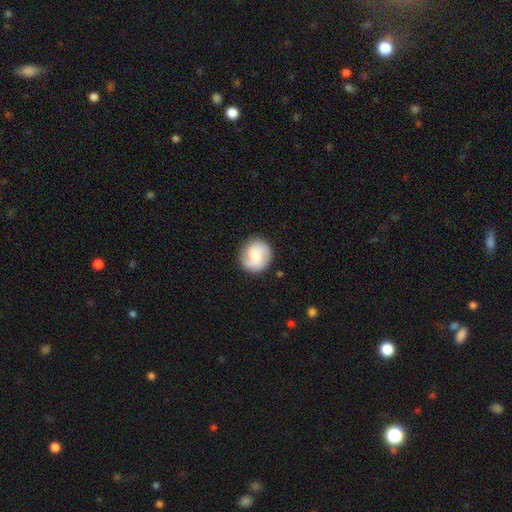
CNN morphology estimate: Smooth or featured? smooth (59%)
How rounded? round (90%)
Merging? none (84%)